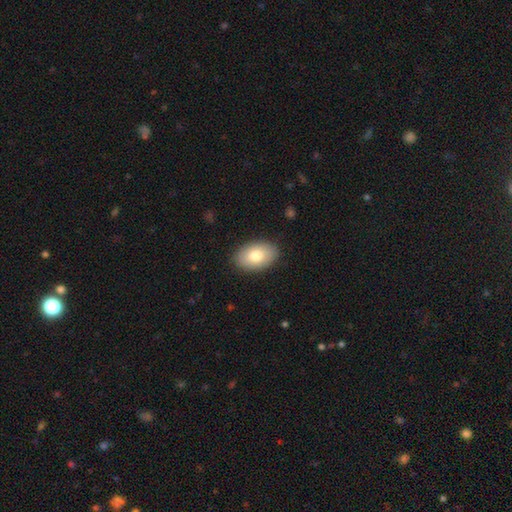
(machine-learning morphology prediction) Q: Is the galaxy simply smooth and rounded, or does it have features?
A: smooth — 80%.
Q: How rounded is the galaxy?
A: in between — 92%.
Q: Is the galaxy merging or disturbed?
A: none — 87%.